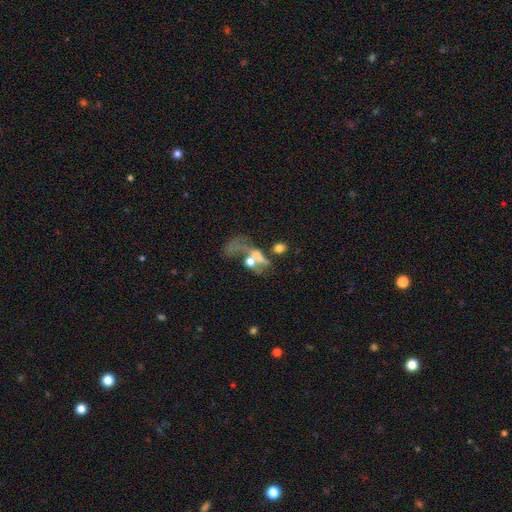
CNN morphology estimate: smooth_or_featured: featured or disk (p=0.45) [alt: smooth p=0.38]
merging: merger (p=0.43) [alt: major disturbance p=0.34]